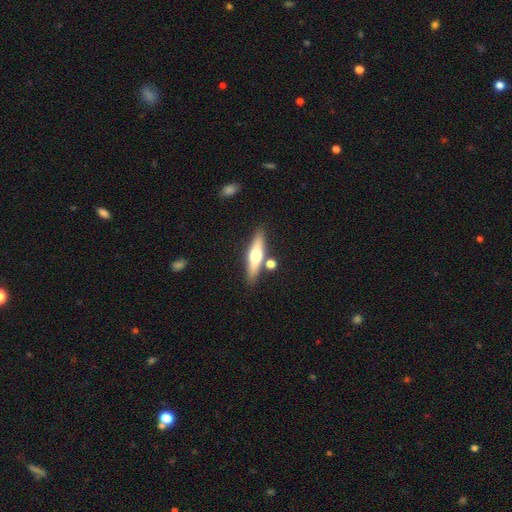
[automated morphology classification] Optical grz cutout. It shows a featured or disk galaxy (52%) viewed edge-on (92%). Merging: none (78%).